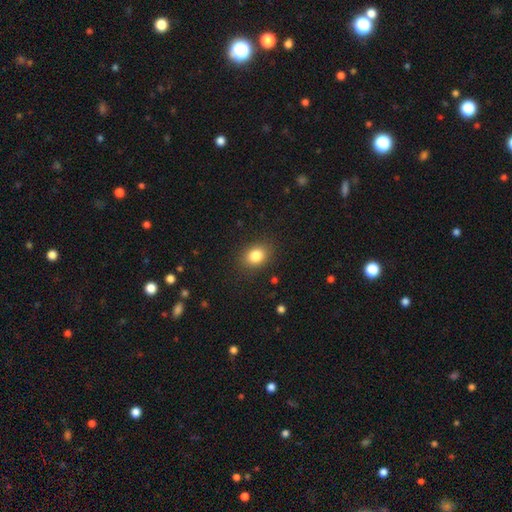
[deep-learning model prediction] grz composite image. It shows a smooth galaxy with no disk features (84%) that is in between round and cigar-shaped (54%). Merging: none (87%).